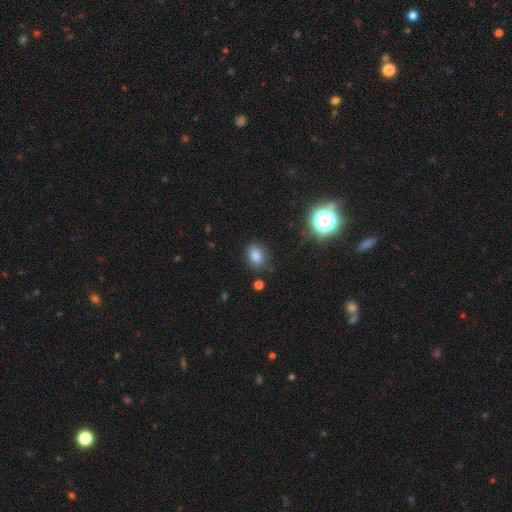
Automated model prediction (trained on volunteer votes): smooth 80%, star or artifact 14%, featured or disk 6%. Down the decision tree: how rounded — in between (61%); merging — none (73%).